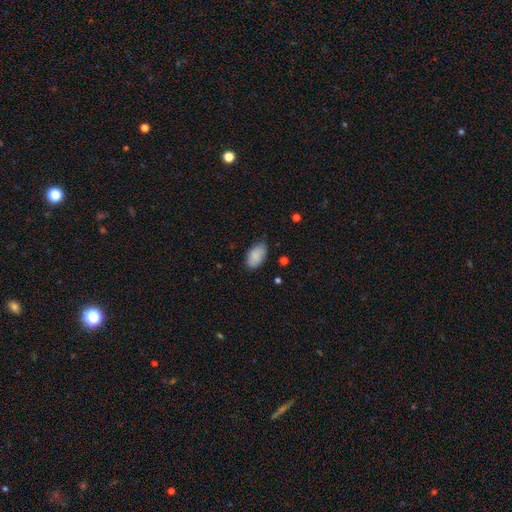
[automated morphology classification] type=smooth (87%); roundness=in between (93%); merging=none (70%).